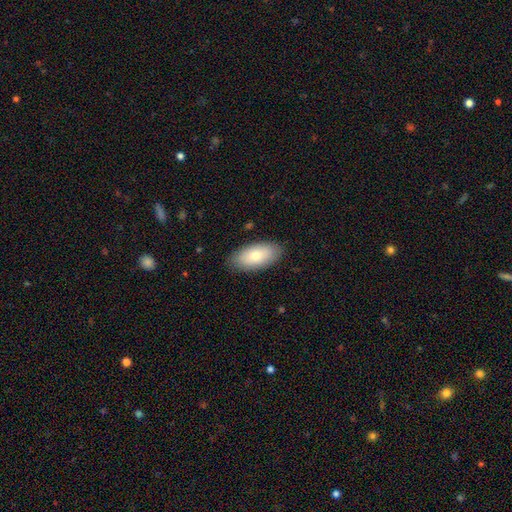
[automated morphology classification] type=smooth (76%); roundness=in between (94%); merging=none (86%).